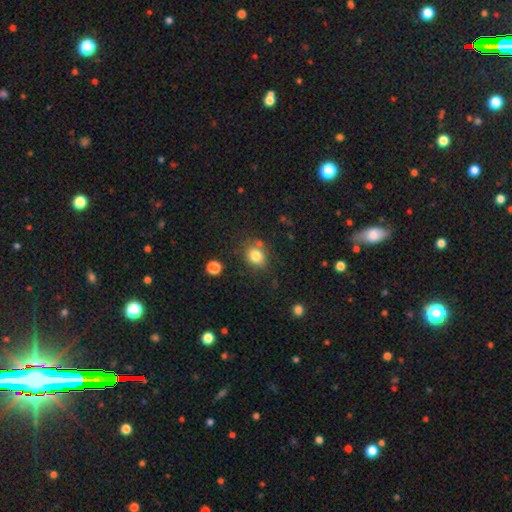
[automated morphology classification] A smooth galaxy with no disk features (80%) that is round (63%). Merging: none (73%).